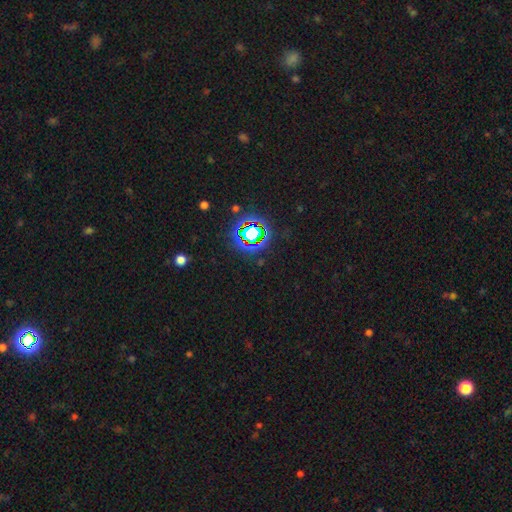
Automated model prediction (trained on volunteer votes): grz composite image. It shows a star or artifact, not a galaxy (77%).